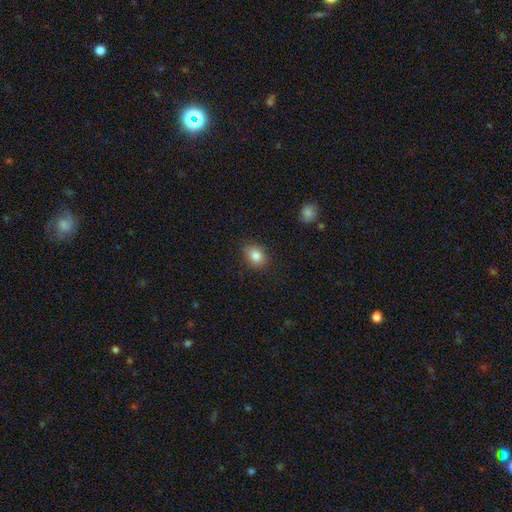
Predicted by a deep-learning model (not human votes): Morphology: type=smooth (84%); roundness=in between (59%); merging=none (82%).